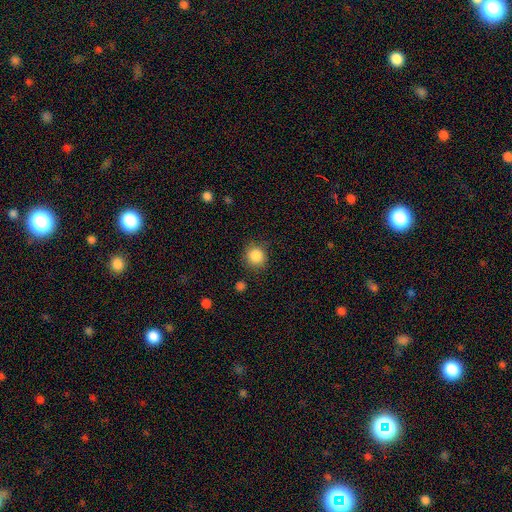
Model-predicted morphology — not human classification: Smooth or featured?
  - smooth: 87% *
  - star or artifact: 10%
  - featured or disk: 4%
How rounded?
  - round: 91% *
  - in between: 8%
  - cigar-shaped: 1%
Merging?
  - none: 84% *
  - minor disturbance: 10%
  - major disturbance: 3%
  - merger: 2%